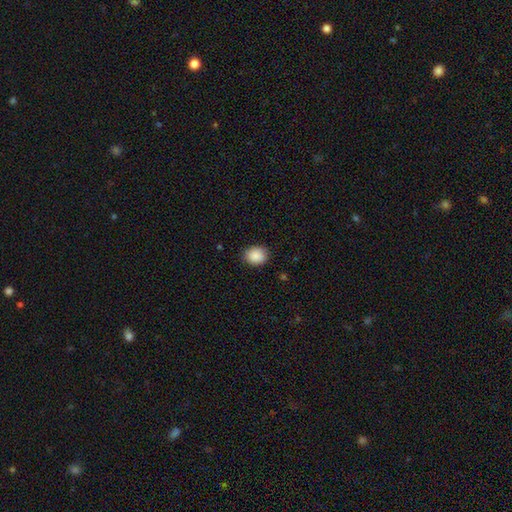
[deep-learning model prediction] This is clearly a smooth galaxy (89%). How rounded: possibly round (60%). Merging: clearly none (86%).